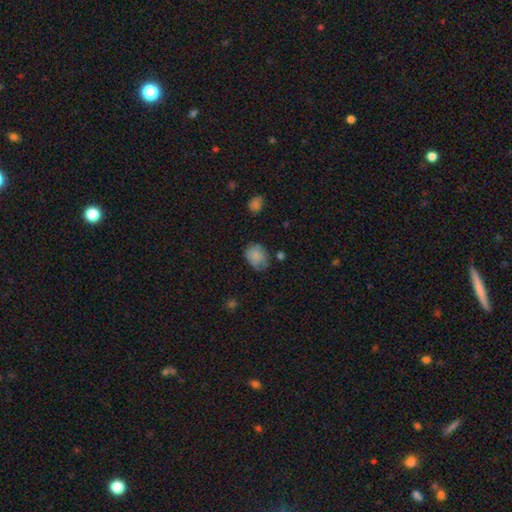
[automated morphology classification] Smooth or featured: smooth — 81% (featured or disk — 11%)
How rounded: in between — 57% (round — 43%)
Merging: none — 63% (minor disturbance — 27%)